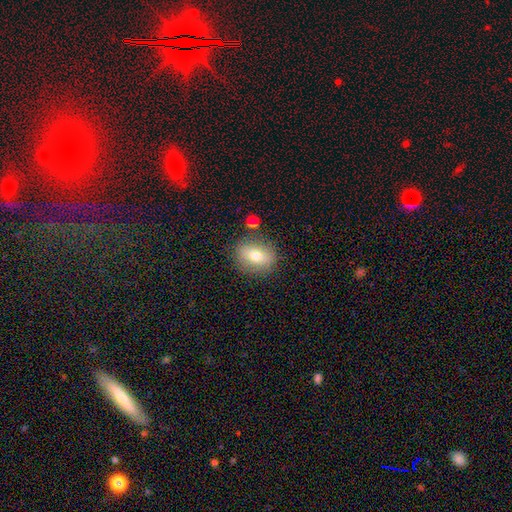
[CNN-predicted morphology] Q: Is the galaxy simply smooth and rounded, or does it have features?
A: smooth — 67%.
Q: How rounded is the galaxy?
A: in between — 55%.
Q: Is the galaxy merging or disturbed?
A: none — 82%.